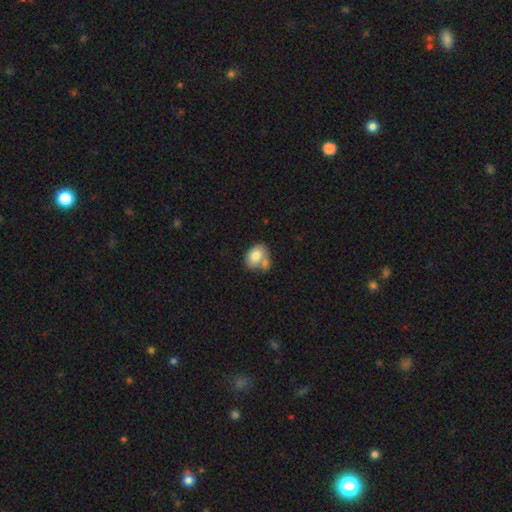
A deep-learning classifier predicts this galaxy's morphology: smooth_or_featured: smooth (p=0.78) [alt: featured or disk p=0.15]
how_rounded: in between (p=0.66) [alt: round p=0.33]
merging: merger (p=0.42) [alt: none p=0.37]